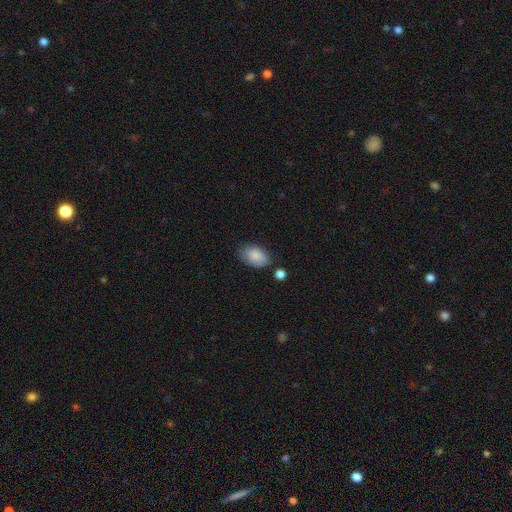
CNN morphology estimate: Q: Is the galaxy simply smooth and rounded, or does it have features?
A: smooth — 87%.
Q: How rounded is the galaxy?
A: in between — 92%.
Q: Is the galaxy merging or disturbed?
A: none — 71%.